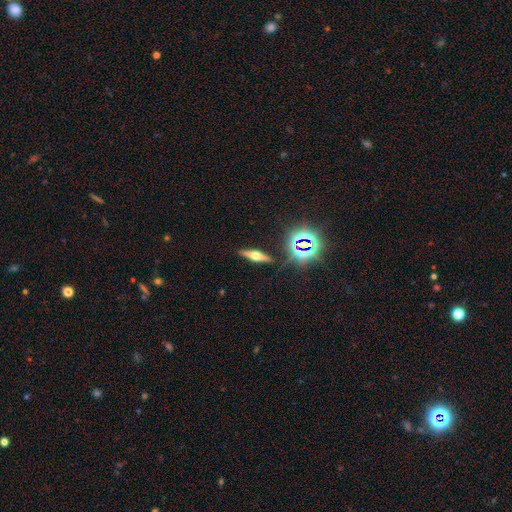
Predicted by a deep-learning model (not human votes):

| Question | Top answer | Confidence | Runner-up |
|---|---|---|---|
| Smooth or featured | featured or disk | 57% | smooth (26%) |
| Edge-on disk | yes | 94% | no (6%) |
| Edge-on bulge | rounded | 94% | boxy (4%) |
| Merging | none | 87% | minor disturbance (9%) |